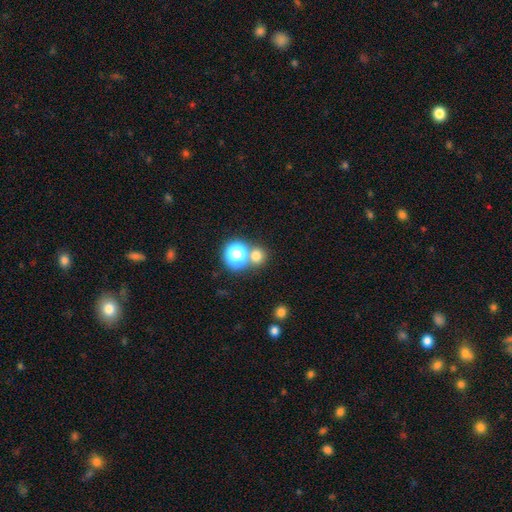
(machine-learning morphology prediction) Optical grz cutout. It shows a smooth galaxy with no disk features (70%) that is round (86%). Merging: none (66%).